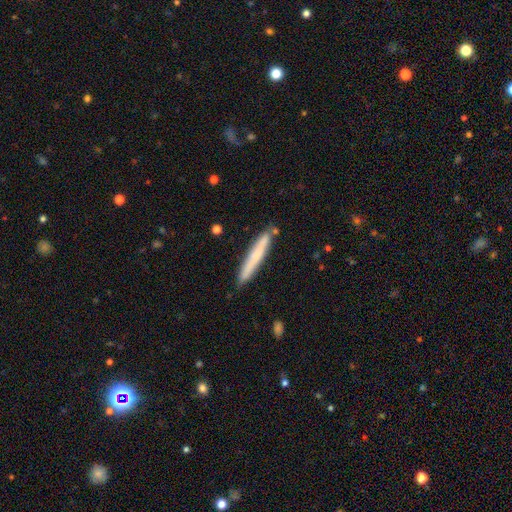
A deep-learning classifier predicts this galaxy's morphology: Overall: smooth (63%; featured or disk 31%). How rounded: cigar-shaped (95%). Merging: none (83%).